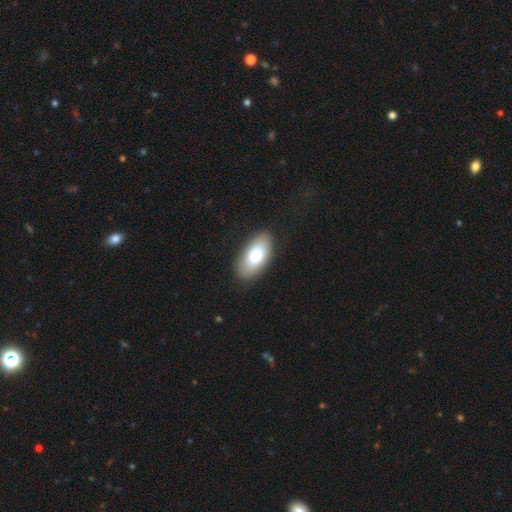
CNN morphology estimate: Smooth or featured? smooth (77%)
How rounded? in between (93%)
Merging? none (87%)